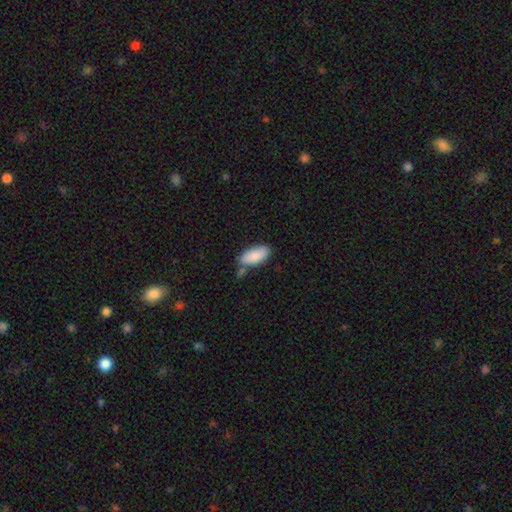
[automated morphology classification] This appears to be a smooth galaxy with no disk features (87%) that is in between round and cigar-shaped (88%). Merging: none (60%).